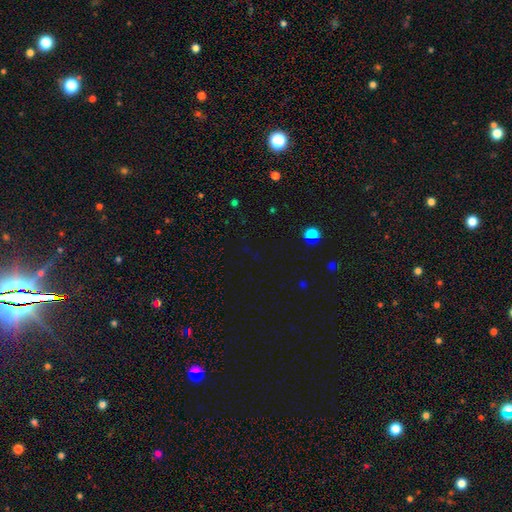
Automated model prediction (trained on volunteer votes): Smooth or featured? star or artifact (71%)